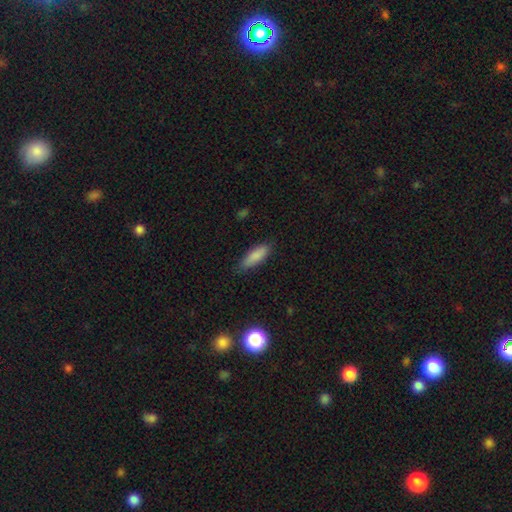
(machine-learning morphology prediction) Overall: smooth (86%). How rounded: in between (53%; cigar-shaped 45%). Merging: none (81%).